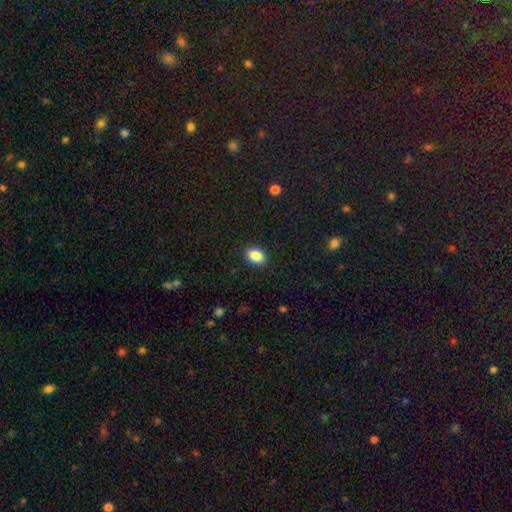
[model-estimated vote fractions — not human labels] smooth_or_featured: smooth (p=0.87) [alt: star or artifact p=0.08]
how_rounded: in between (p=0.79) [alt: round p=0.20]
merging: none (p=0.90) [alt: minor disturbance p=0.07]